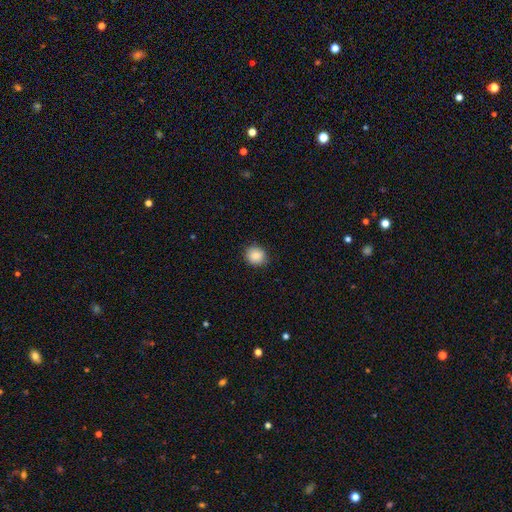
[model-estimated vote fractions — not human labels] Q: Smooth or featured?
A: smooth (88%); runner-up: star or artifact (9%)
Q: How rounded?
A: round (83%); runner-up: in between (16%)
Q: Merging?
A: none (89%); runner-up: minor disturbance (8%)